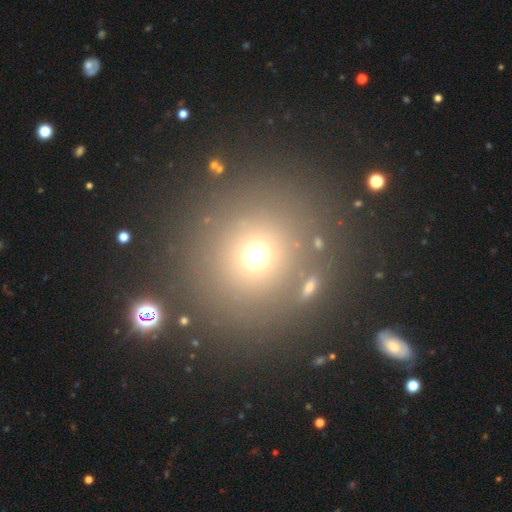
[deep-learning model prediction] The model was most divided on "smooth or featured": smooth: 66%, star or artifact: 25%, featured or disk: 10%. More confident: how rounded — round (92%); merging — none (84%).